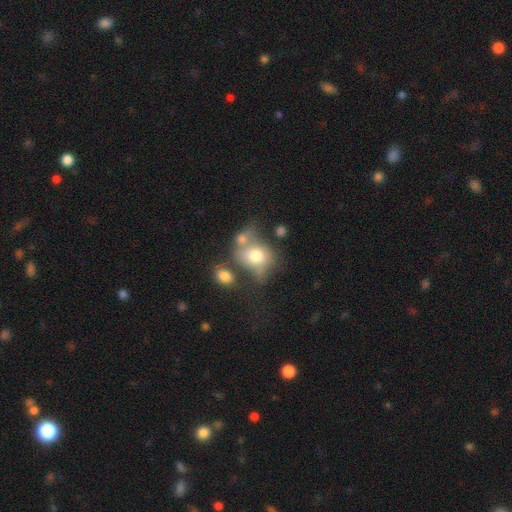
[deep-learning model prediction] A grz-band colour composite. It shows a smooth galaxy with no disk features (68%) that is in between round and cigar-shaped (50%). Merging: none (36%).